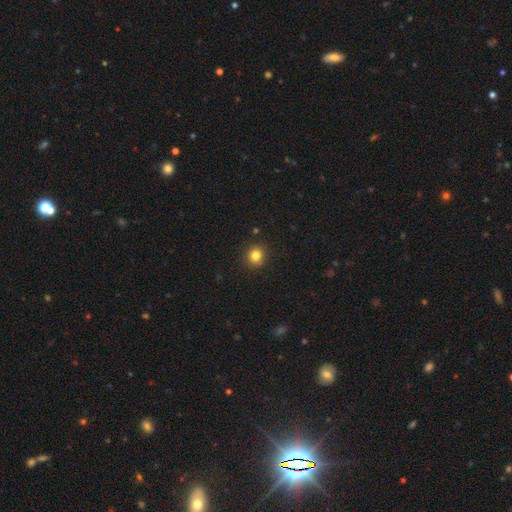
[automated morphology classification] Smooth or featured? Predicted: smooth (p=0.82). How rounded? Predicted: round (p=0.87). Merging? Predicted: none (p=0.91).